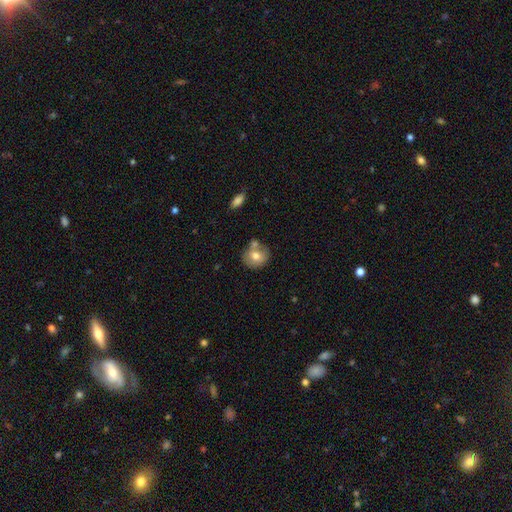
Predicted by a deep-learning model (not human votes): Smooth or featured? Predicted: smooth (p=0.71). How rounded? Predicted: round (p=0.76). Merging? Predicted: none (p=0.56).